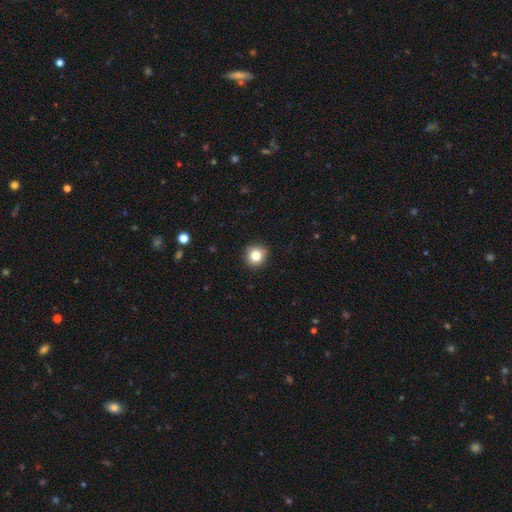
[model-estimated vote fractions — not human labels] This appears to be a smooth galaxy with no disk features (82%) that is round (92%). Merging: none (91%).